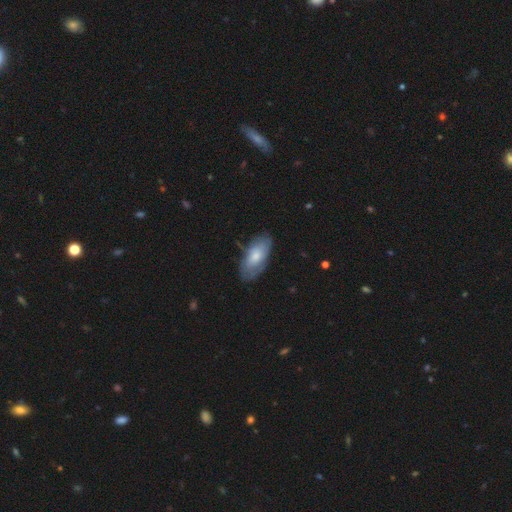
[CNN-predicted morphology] A smooth galaxy with no disk features (59%) that is in between round and cigar-shaped (90%).

Vote fractions:
- Smooth or featured? smooth: 59% / featured or disk: 35% / star or artifact: 6%
- How rounded? in between: 90% / cigar-shaped: 7% / round: 3%
- Merging? none: 70% / minor disturbance: 22% / major disturbance: 6% / merger: 1%